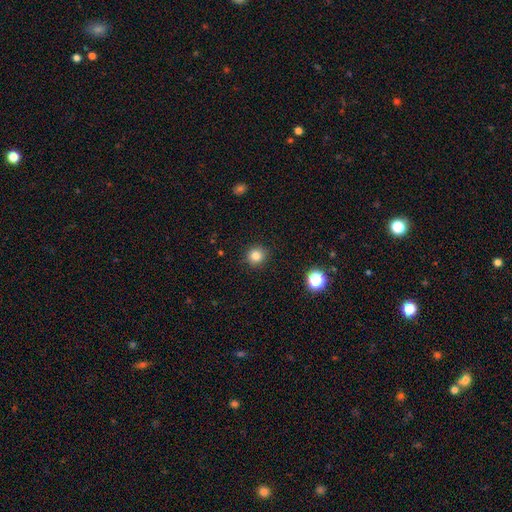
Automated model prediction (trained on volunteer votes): This is clearly a smooth galaxy (82%). How rounded: clearly round (92%). Merging: clearly none (91%).